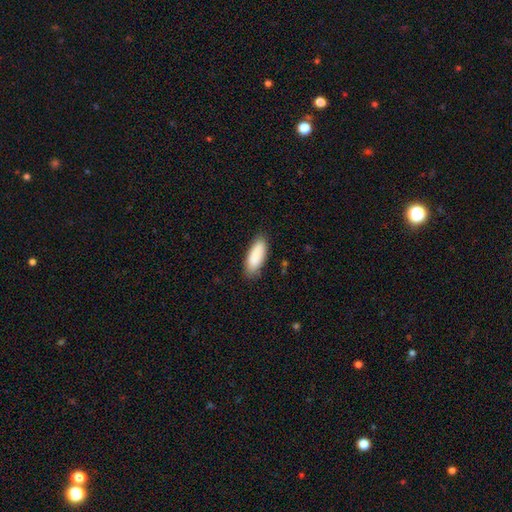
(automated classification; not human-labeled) smooth 88%, star or artifact 6%, featured or disk 6%. Down the decision tree: how rounded — in between (79%); merging — none (82%).